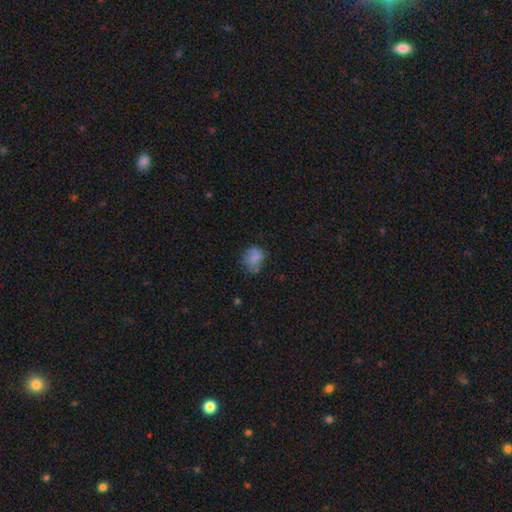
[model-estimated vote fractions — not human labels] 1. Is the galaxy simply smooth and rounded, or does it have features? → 60% smooth, 26% featured or disk, 15% star or artifact.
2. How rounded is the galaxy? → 60% round, 39% in between, 1% cigar-shaped.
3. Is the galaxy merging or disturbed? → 53% none, 26% minor disturbance, 15% major disturbance, 6% merger.